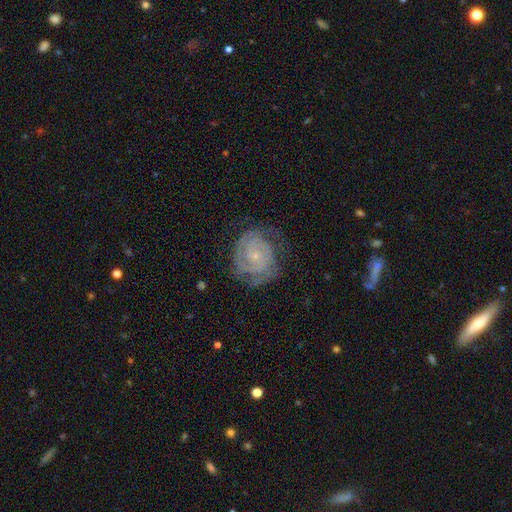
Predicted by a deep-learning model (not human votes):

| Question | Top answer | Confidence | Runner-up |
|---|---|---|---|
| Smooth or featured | featured or disk | 85% | smooth (9%) |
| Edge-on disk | no | 98% | yes (2%) |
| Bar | no | 69% | weak (26%) |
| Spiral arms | yes | 96% | no (4%) |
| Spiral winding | tight | 74% | medium (22%) |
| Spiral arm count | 2 | 52% | can't tell (20%) |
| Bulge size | small | 75% | moderate (16%) |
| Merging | none | 70% | minor disturbance (19%) |